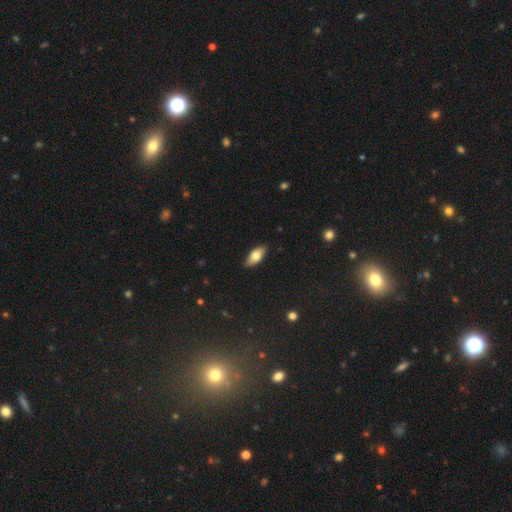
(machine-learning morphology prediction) Smooth or featured: smooth — 70% (featured or disk — 24%)
How rounded: in between — 82% (cigar-shaped — 15%)
Merging: none — 86% (minor disturbance — 11%)